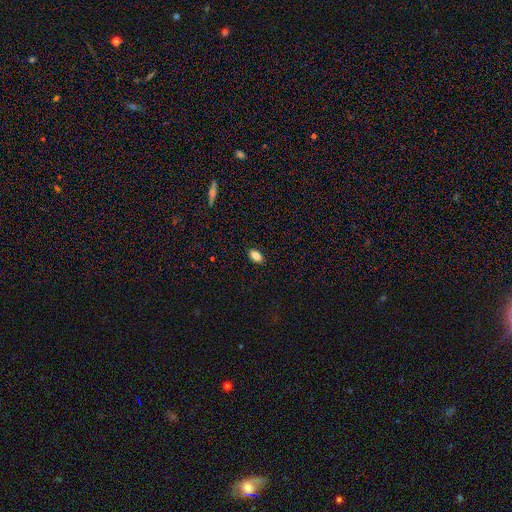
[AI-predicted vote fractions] Morphology: type=smooth (86%); roundness=in between (89%); merging=none (90%).